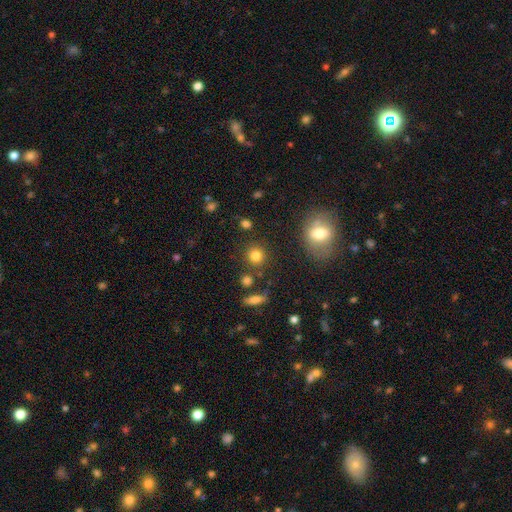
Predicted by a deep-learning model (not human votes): Q: Smooth or featured?
A: smooth (81%); runner-up: star or artifact (12%)
Q: How rounded?
A: round (89%); runner-up: in between (9%)
Q: Merging?
A: none (83%); runner-up: minor disturbance (8%)